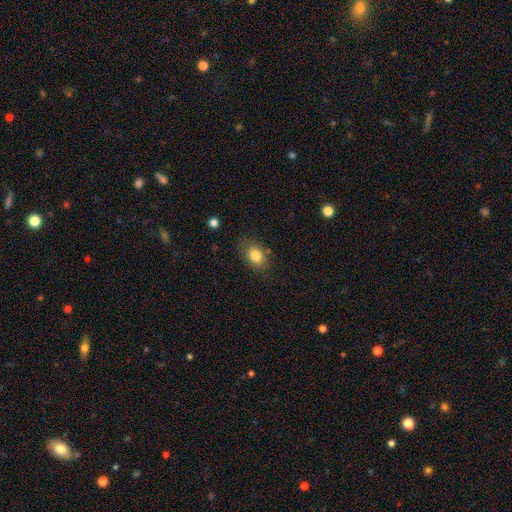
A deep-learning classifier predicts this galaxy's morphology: Smooth or featured? smooth (82%)
How rounded? in between (74%)
Merging? none (76%)